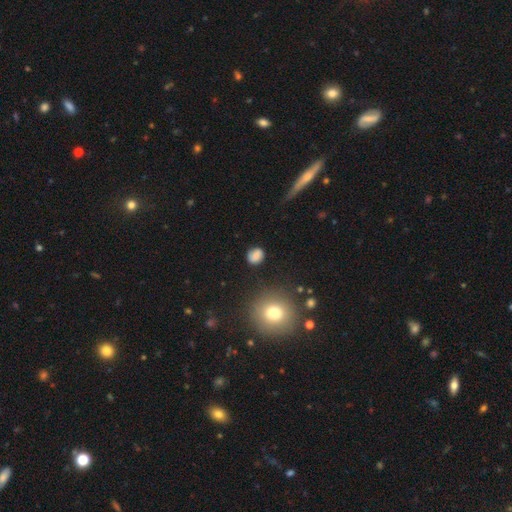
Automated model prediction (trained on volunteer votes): Smooth or featured? Predicted: smooth (p=0.74). How rounded? Predicted: round (p=0.66). Merging? Predicted: none (p=0.79).